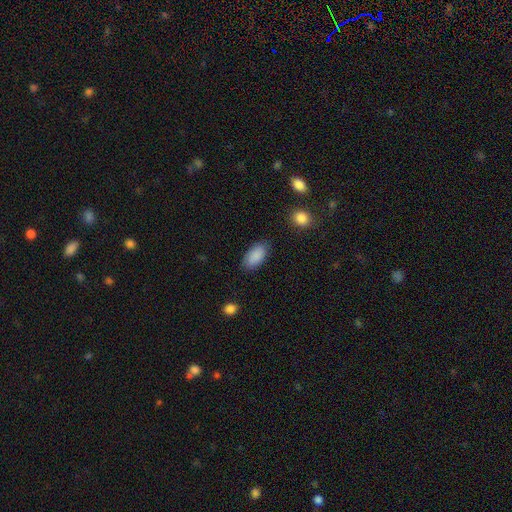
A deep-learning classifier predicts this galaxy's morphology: This is clearly a smooth galaxy (90%). How rounded: clearly in between (93%). Merging: clearly none (85%).